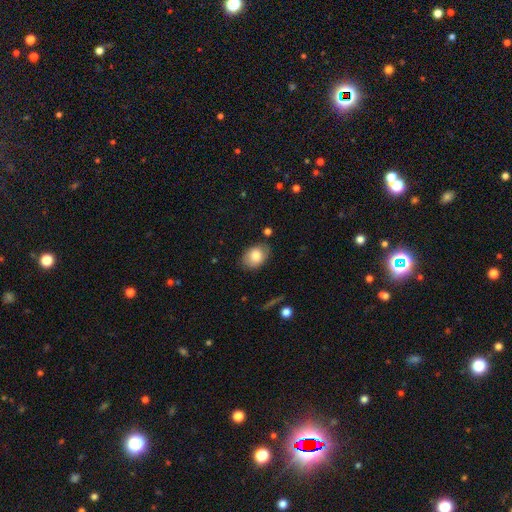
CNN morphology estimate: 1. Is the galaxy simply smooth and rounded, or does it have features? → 80% smooth, 12% featured or disk, 8% star or artifact.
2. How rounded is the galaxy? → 75% in between, 24% round, 1% cigar-shaped.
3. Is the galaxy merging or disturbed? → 78% none, 16% minor disturbance, 3% major disturbance, 2% merger.